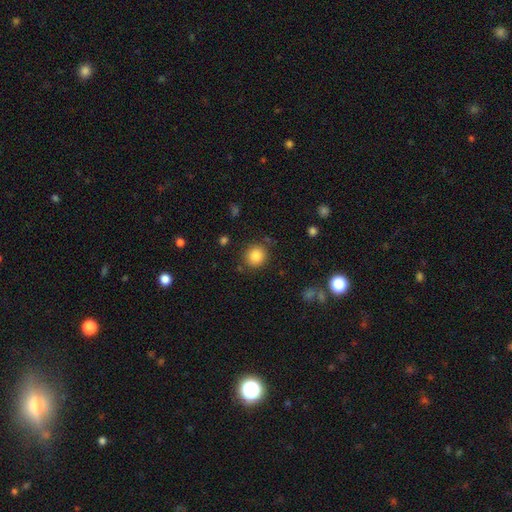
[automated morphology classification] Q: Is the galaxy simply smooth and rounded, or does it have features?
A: smooth — 85%.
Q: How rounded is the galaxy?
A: round — 89%.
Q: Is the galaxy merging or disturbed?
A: none — 84%.